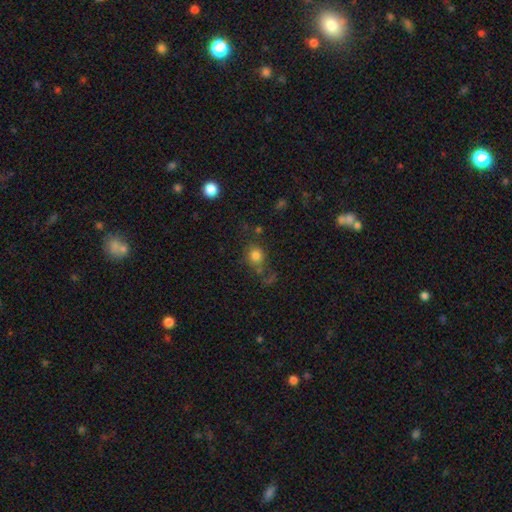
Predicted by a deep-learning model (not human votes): Overall: smooth (79%). How rounded: round (78%). Merging: none (60%).